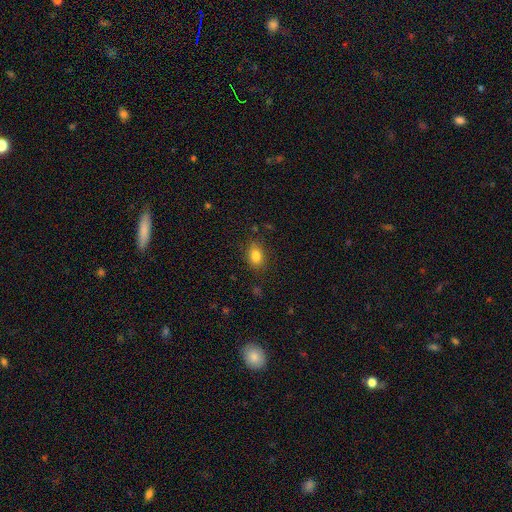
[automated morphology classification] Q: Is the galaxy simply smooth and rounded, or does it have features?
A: smooth — 83%.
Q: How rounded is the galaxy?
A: in between — 76%.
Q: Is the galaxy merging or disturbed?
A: none — 84%.